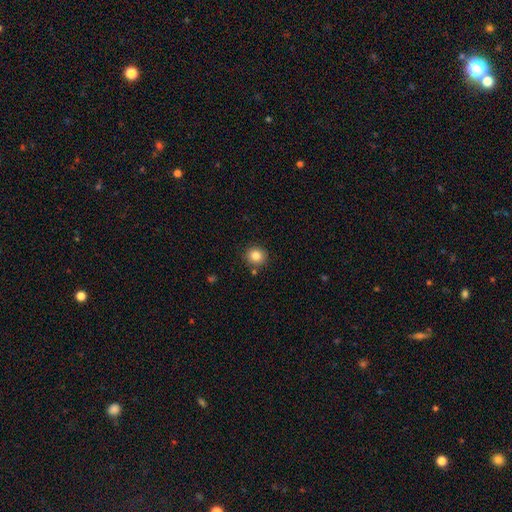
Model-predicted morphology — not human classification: A smooth galaxy with no disk features (84%) that is round (90%).

Vote fractions:
- Smooth or featured? smooth: 84% / star or artifact: 10% / featured or disk: 6%
- How rounded? round: 90% / in between: 9% / cigar-shaped: 1%
- Merging? none: 86% / minor disturbance: 8% / merger: 4% / major disturbance: 2%